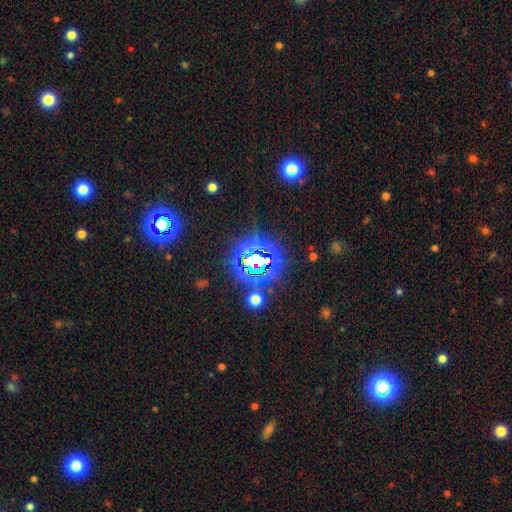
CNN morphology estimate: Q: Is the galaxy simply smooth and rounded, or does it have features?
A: star or artifact — 77%.